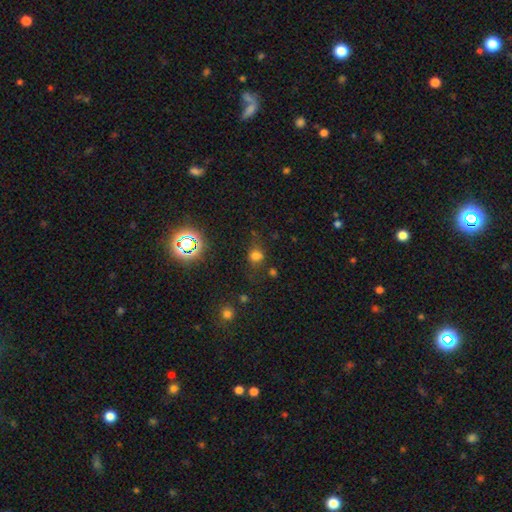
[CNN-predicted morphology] Smooth or featured? Predicted: smooth (p=0.65). How rounded? Predicted: round (p=0.65). Merging? Predicted: none (p=0.63).